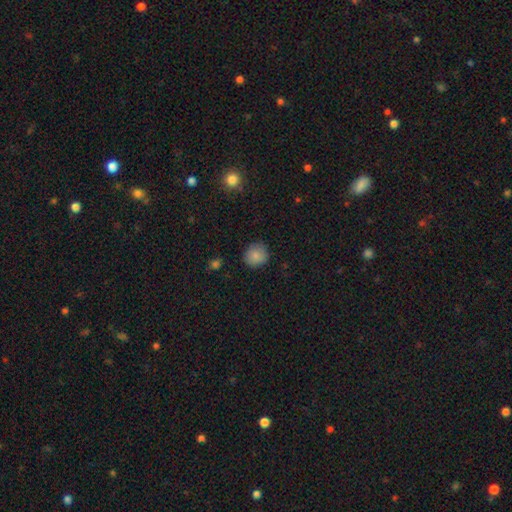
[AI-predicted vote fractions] This appears to be a smooth galaxy with no disk features (84%) that is round (86%). Merging: none (86%).